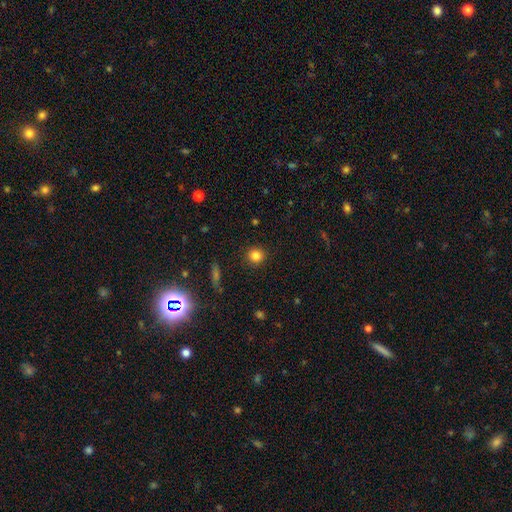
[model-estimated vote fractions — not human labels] Q: Smooth or featured?
A: smooth (82%); runner-up: star or artifact (13%)
Q: How rounded?
A: round (91%); runner-up: in between (8%)
Q: Merging?
A: none (90%); runner-up: minor disturbance (6%)